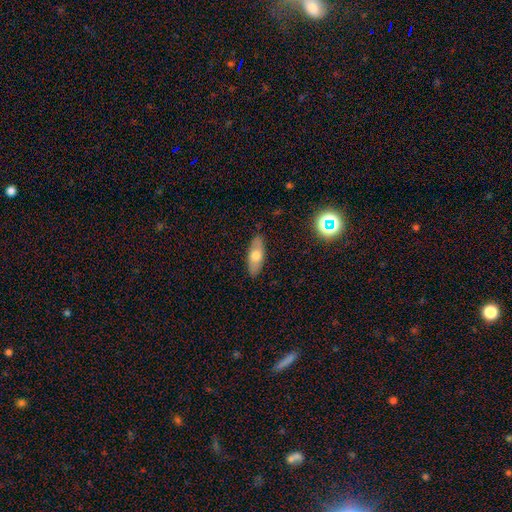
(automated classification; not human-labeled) smooth-or-featured: smooth: 63% | featured or disk: 30% | star or artifact: 7%
  how-rounded: in between: 76% | cigar-shaped: 21% | round: 3%
  merging: none: 87% | minor disturbance: 10% | major disturbance: 2% | merger: 1%